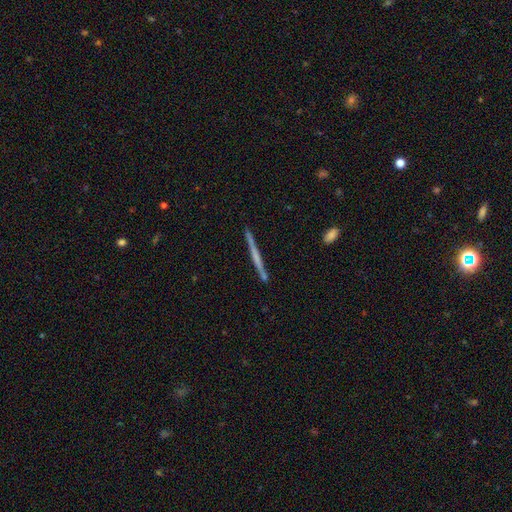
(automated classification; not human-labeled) smooth_or_featured: featured or disk (p=0.56) [alt: smooth p=0.38]
disk_edge_on: yes (p=0.98) [alt: no p=0.02]
edge_on_bulge: none (p=0.75) [alt: rounded p=0.16]
merging: none (p=0.88) [alt: minor disturbance p=0.08]